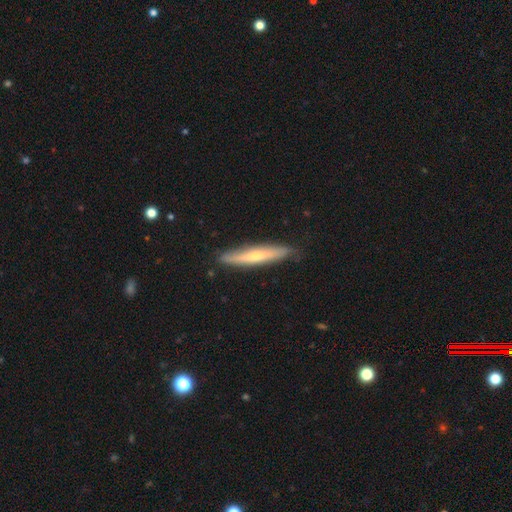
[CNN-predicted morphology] smooth-or-featured: featured or disk: 48% | smooth: 46% | star or artifact: 6%
  merging: none: 84% | minor disturbance: 13% | major disturbance: 2% | merger: 1%